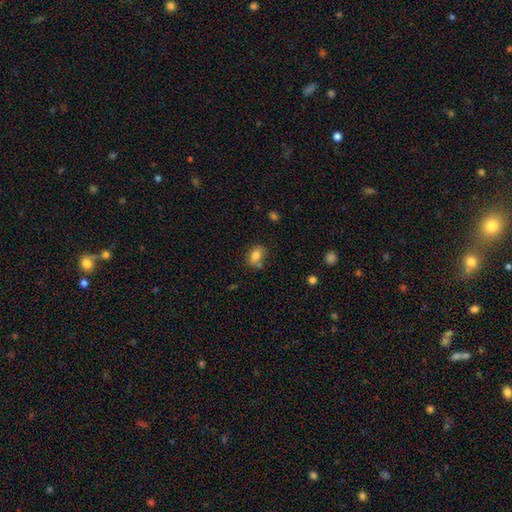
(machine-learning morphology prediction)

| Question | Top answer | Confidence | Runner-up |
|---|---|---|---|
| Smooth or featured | smooth | 81% | star or artifact (10%) |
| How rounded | in between | 73% | round (25%) |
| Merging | none | 67% | minor disturbance (17%) |